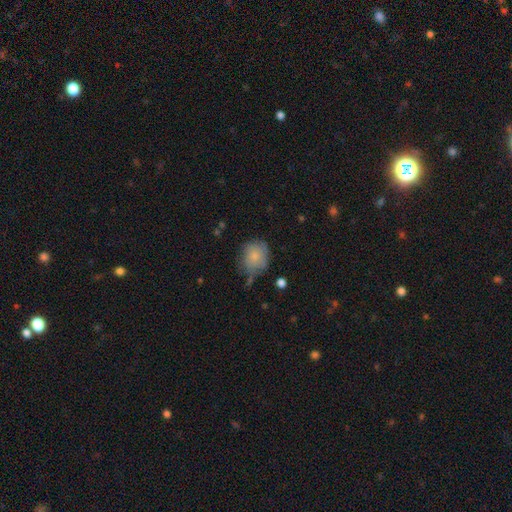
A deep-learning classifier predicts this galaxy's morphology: This is likely a smooth galaxy (72%). How rounded: likely round (71%). Merging: possibly none (55%).